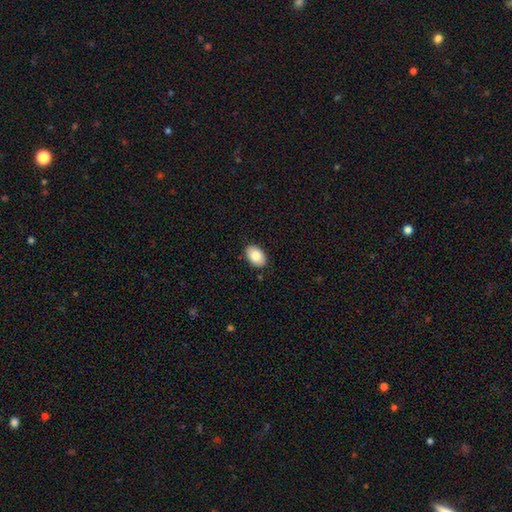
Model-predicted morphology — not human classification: This appears to be a smooth galaxy with no disk features (83%) that is in between round and cigar-shaped (91%). Merging: none (87%).